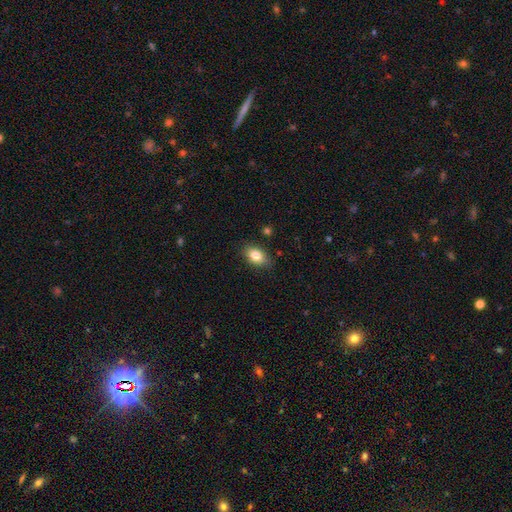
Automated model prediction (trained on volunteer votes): This appears to be a smooth galaxy with no disk features (83%) that is in between round and cigar-shaped (87%). Merging: none (84%).